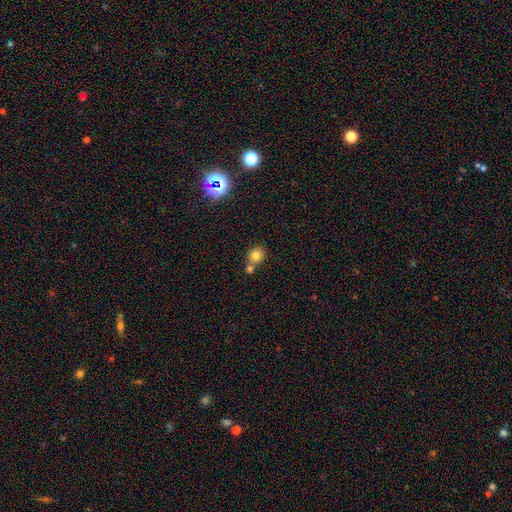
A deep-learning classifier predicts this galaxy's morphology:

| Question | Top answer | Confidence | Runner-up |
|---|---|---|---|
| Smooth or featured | smooth | 79% | star or artifact (13%) |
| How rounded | round | 77% | in between (22%) |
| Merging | none | 56% | merger (32%) |